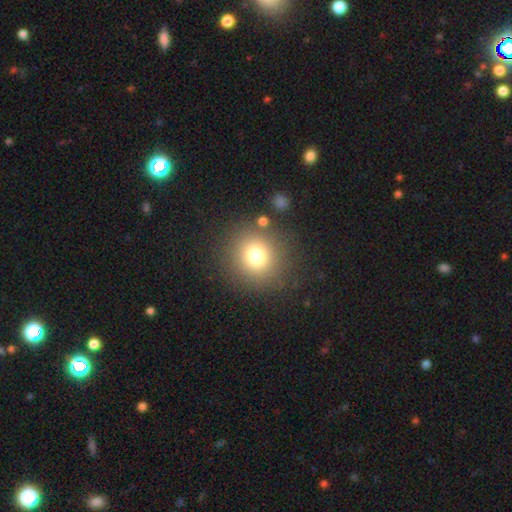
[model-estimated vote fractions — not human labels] This is likely a smooth galaxy (74%). How rounded: clearly round (91%). Merging: clearly none (84%).